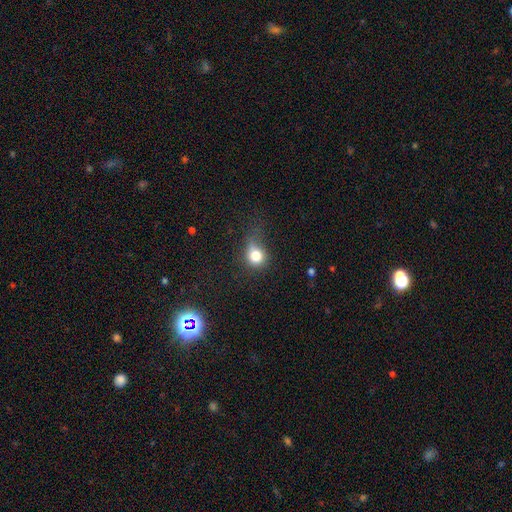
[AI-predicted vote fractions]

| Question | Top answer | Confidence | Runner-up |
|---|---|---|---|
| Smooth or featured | smooth | 78% | star or artifact (12%) |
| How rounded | round | 73% | in between (26%) |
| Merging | none | 41% | minor disturbance (34%) |